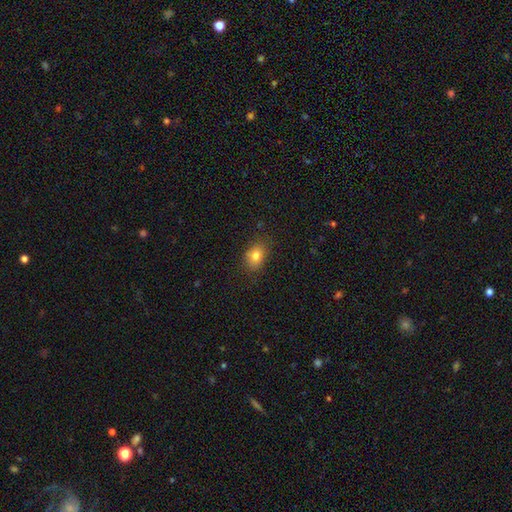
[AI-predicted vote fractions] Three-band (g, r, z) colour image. It shows a smooth galaxy with no disk features (80%) that is in between round and cigar-shaped (70%). Merging: none (80%).